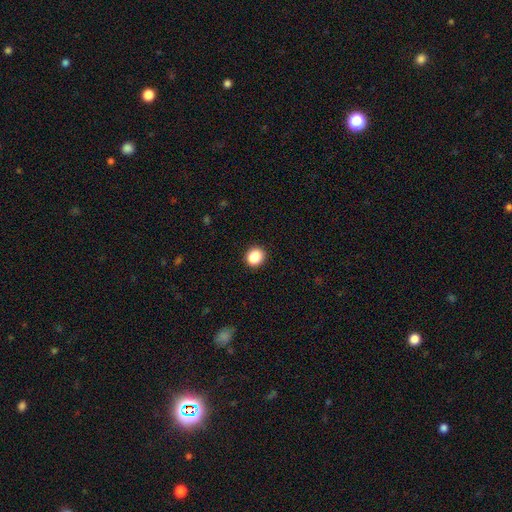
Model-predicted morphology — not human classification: Q: Smooth or featured?
A: smooth (86%); runner-up: star or artifact (10%)
Q: How rounded?
A: round (79%); runner-up: in between (20%)
Q: Merging?
A: none (91%); runner-up: minor disturbance (6%)